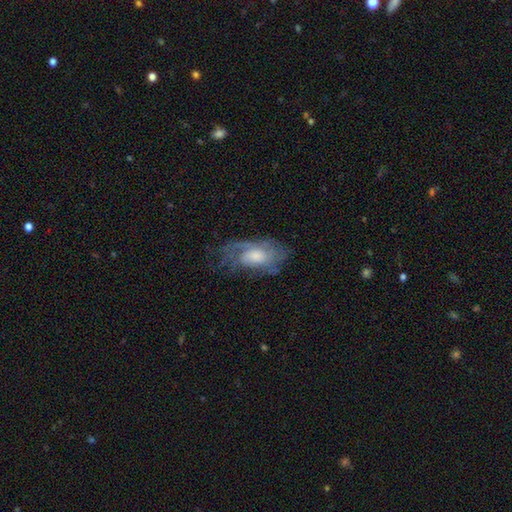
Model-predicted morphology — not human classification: A featured or disk galaxy (70%) with no bar (71%), tight (45%) spiral arms (86%) and a moderate central bulge (46%). Merging: none (54%).